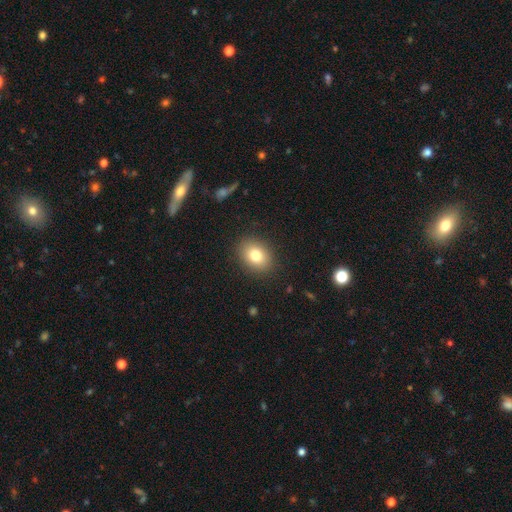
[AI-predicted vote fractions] This is likely a smooth galaxy (79%). How rounded: possibly in between (57%). Merging: clearly none (89%).